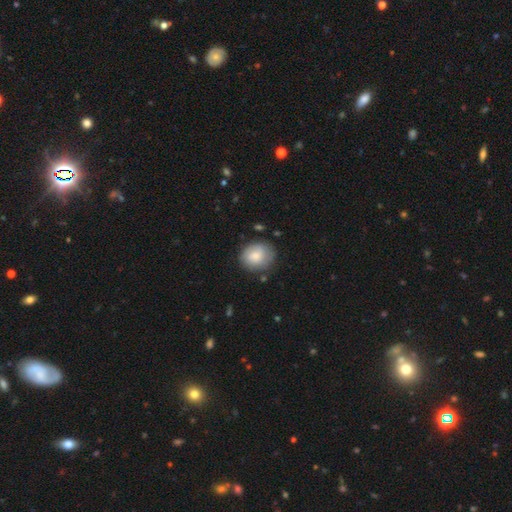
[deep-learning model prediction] This appears to be a smooth galaxy with no disk features (79%) that is round (71%). Merging: none (76%).